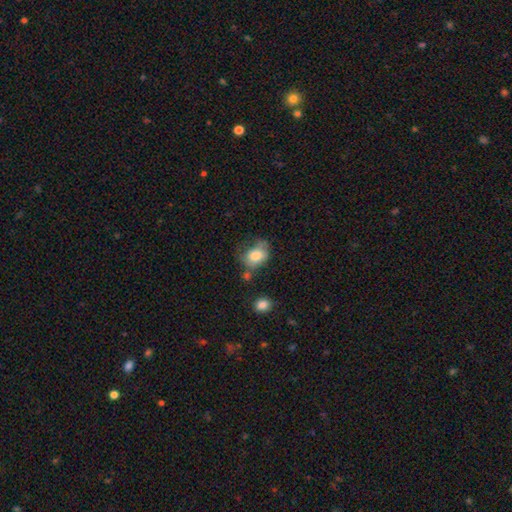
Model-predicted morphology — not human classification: This appears to be a smooth galaxy with no disk features (76%) that is in between round and cigar-shaped (69%). Merging: none (38%).